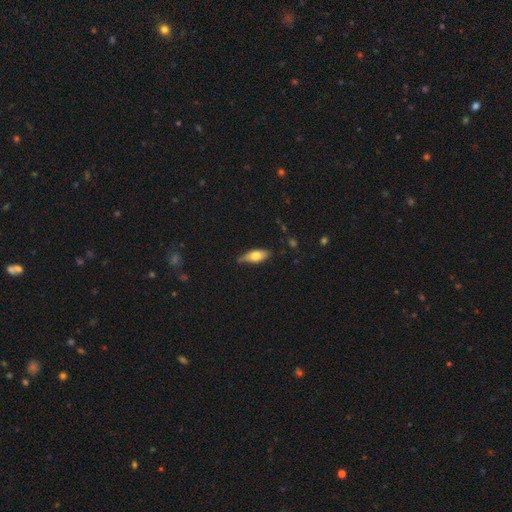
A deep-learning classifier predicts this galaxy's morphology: Smooth or featured?
  - smooth: 68% *
  - featured or disk: 26%
  - star or artifact: 6%
How rounded?
  - in between: 73% *
  - cigar-shaped: 24%
  - round: 3%
Merging?
  - none: 68% *
  - minor disturbance: 25%
  - major disturbance: 4%
  - merger: 3%